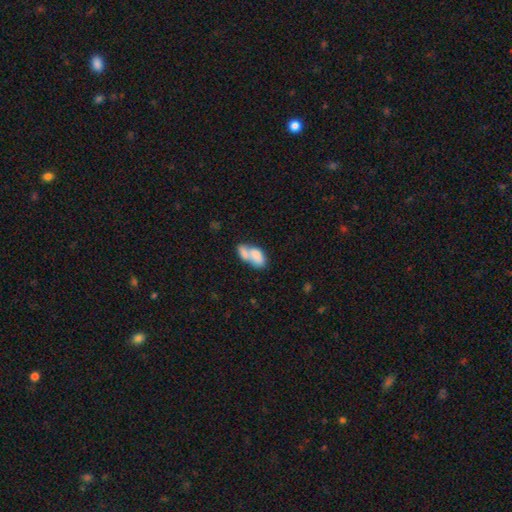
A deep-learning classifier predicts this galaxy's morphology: Q: Smooth or featured?
A: smooth (72%); runner-up: featured or disk (20%)
Q: How rounded?
A: in between (89%); runner-up: round (6%)
Q: Merging?
A: merger (66%); runner-up: none (19%)